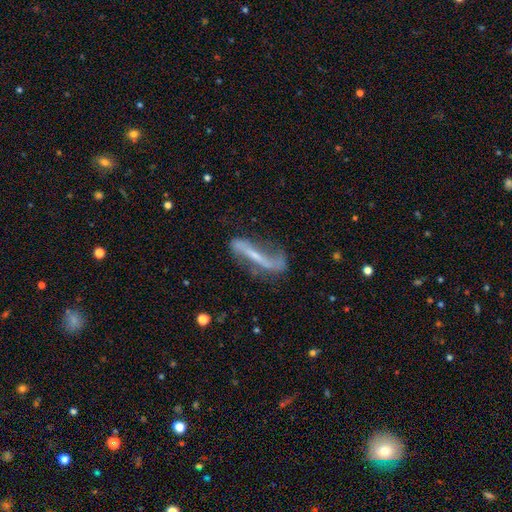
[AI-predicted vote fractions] Overall: featured or disk (74%). Edge-on disk: no (69%; yes 31%). Bar: strong (55%; weak 23%). Spiral arms: yes (82%). Bulge size: small (60%; none 22%). Merging: none (50%; minor disturbance 25%).